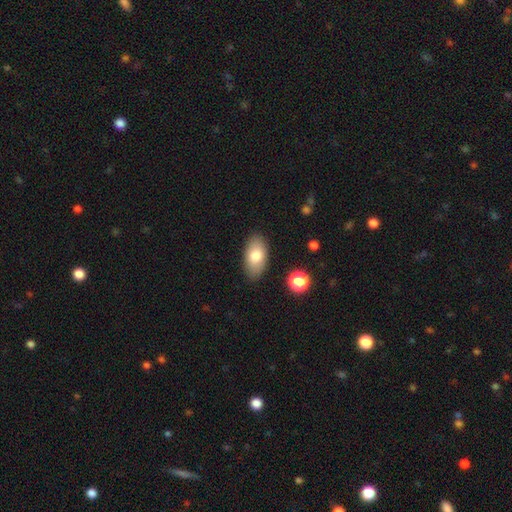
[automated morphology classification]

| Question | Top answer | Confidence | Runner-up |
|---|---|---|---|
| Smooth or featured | smooth | 78% | featured or disk (15%) |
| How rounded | in between | 93% | round (4%) |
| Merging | none | 86% | minor disturbance (10%) |